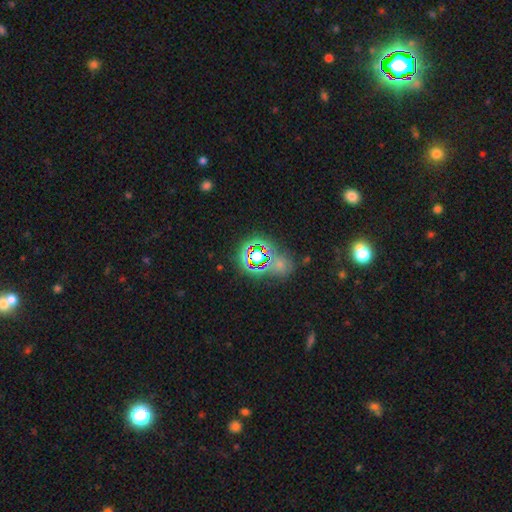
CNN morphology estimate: type=star or artifact (64%).